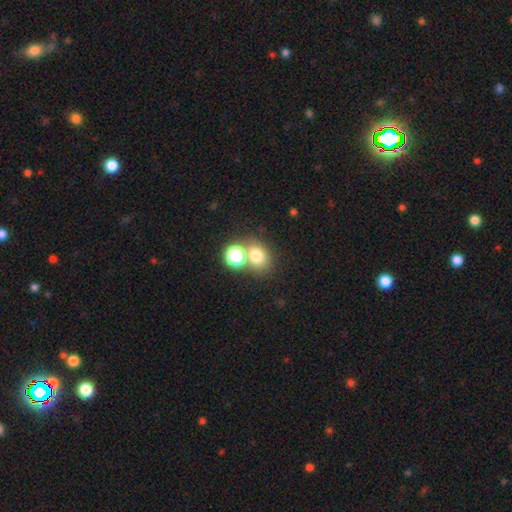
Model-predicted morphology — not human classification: The model was most divided on "merging": none: 54%, merger: 33%, minor disturbance: 9%, major disturbance: 4%. More confident: smooth or featured — smooth (73%); how rounded — round (64%).